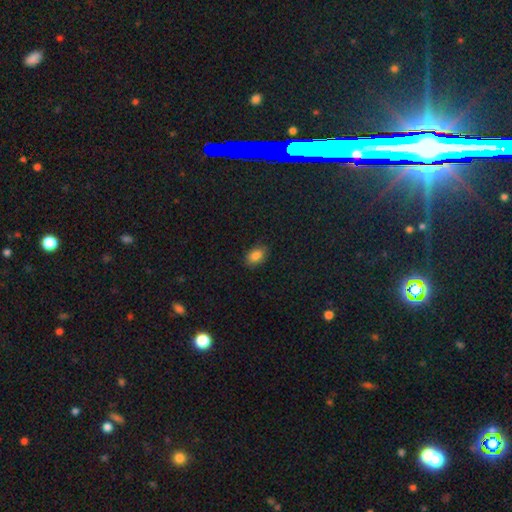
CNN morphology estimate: Smooth or featured? Predicted: smooth (p=0.85). How rounded? Predicted: in between (p=0.87). Merging? Predicted: none (p=0.87).